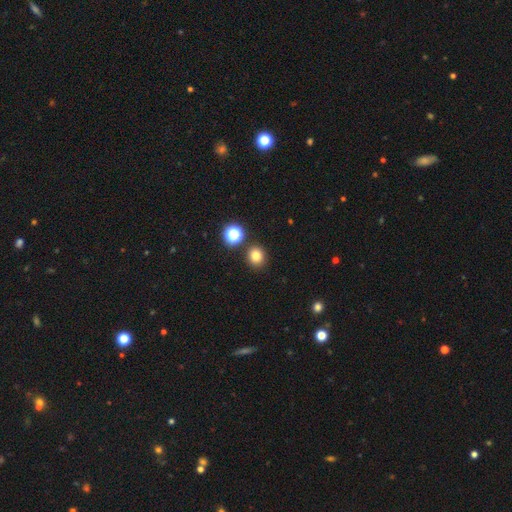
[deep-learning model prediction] Overall: smooth (77%). How rounded: round (83%). Merging: none (86%).